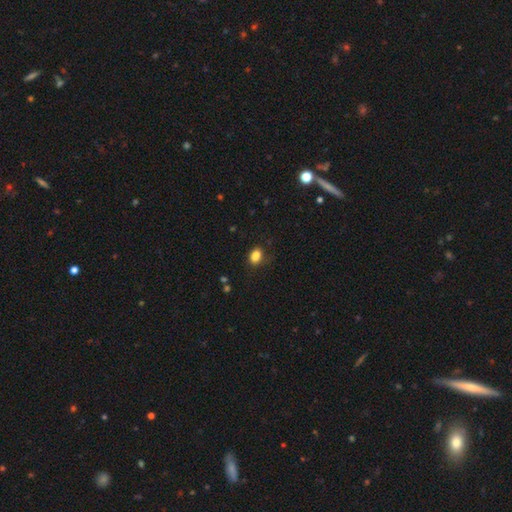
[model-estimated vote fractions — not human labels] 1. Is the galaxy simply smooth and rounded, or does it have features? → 85% smooth, 10% star or artifact, 5% featured or disk.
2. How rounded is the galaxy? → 75% in between, 24% round, 1% cigar-shaped.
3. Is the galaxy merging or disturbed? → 71% none, 20% minor disturbance, 7% major disturbance, 2% merger.